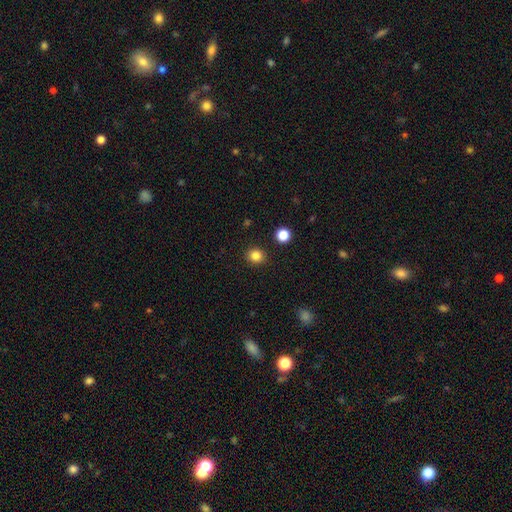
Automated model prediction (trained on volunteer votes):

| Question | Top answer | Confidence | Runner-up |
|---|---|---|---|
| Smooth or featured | smooth | 84% | star or artifact (12%) |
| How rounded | round | 82% | in between (17%) |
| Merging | none | 90% | minor disturbance (6%) |